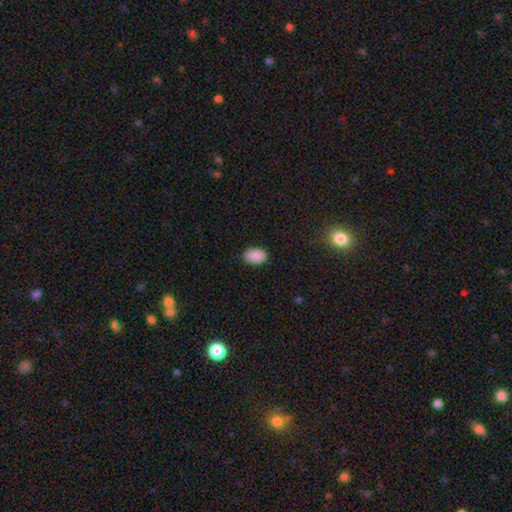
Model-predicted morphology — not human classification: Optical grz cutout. It shows a smooth galaxy with no disk features (89%) that is in between round and cigar-shaped (90%). Merging: none (87%).